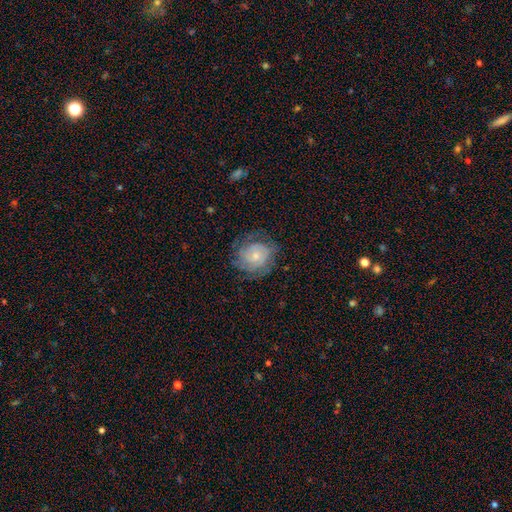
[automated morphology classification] A featured or disk galaxy (65%) with no bar (77%), tight (69%) spiral arms (86%) and a small central bulge (59%). Merging: none (69%).